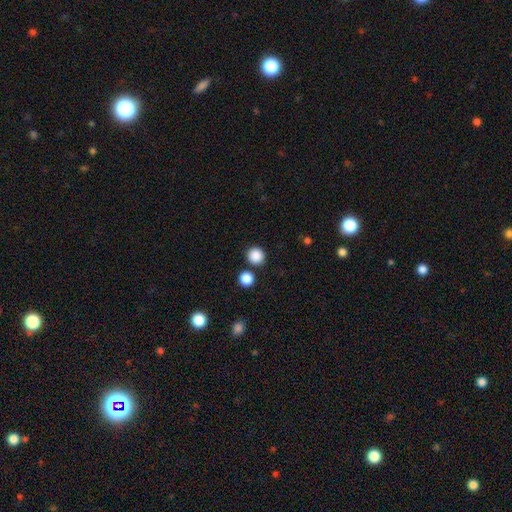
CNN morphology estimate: smooth 87%, star or artifact 10%, featured or disk 3%. Down the decision tree: how rounded — round (94%); merging — none (86%).